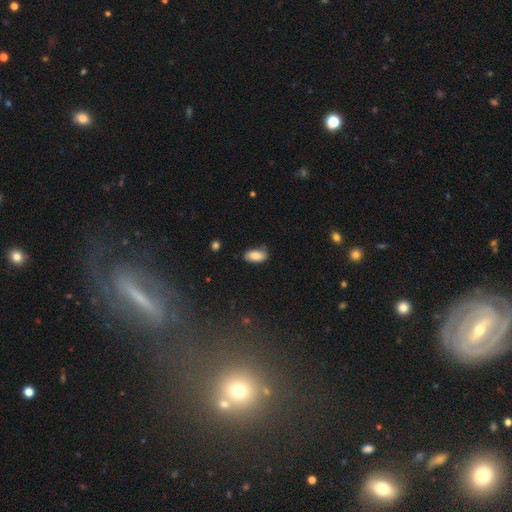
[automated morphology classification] Smooth or featured? smooth (81%)
How rounded? in between (93%)
Merging? none (68%)